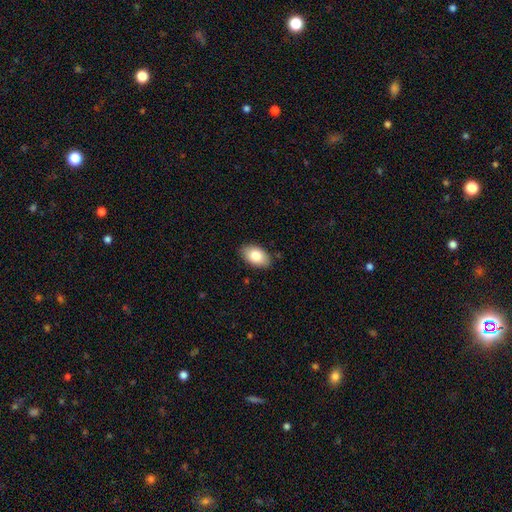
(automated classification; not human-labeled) Morphology: type=smooth (83%); roundness=in between (93%); merging=none (86%).